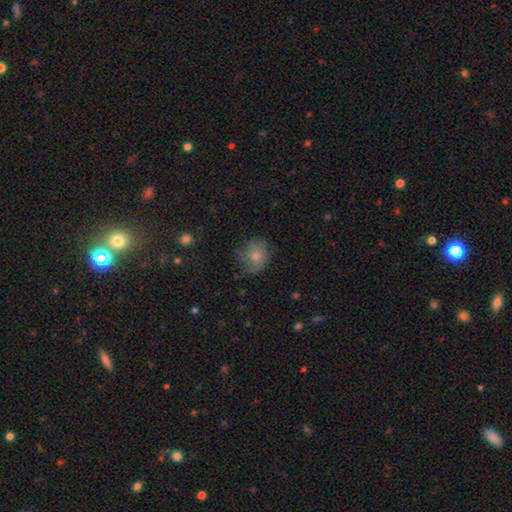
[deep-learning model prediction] Overall: smooth (75%). How rounded: round (63%; in between 36%). Merging: none (61%; minor disturbance 27%).